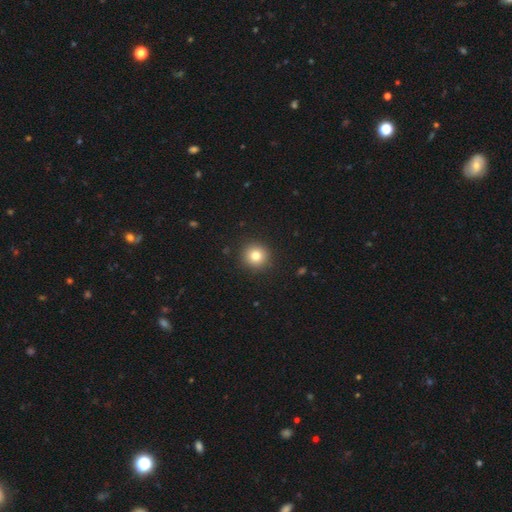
This is clearly a smooth galaxy (80%). How rounded: clearly round (97%). Merging: clearly none (97%).